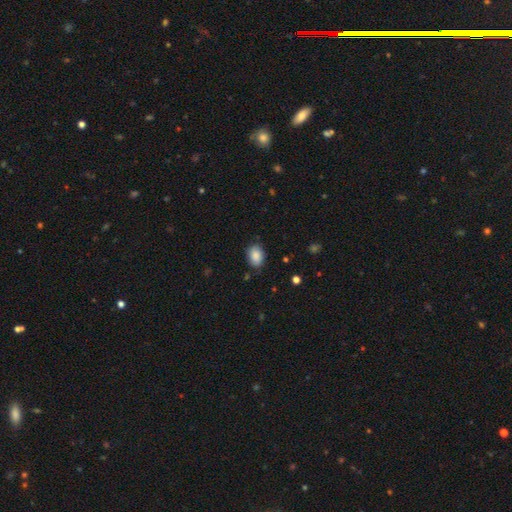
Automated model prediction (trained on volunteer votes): Overall: smooth (87%). How rounded: in between (76%). Merging: none (80%).